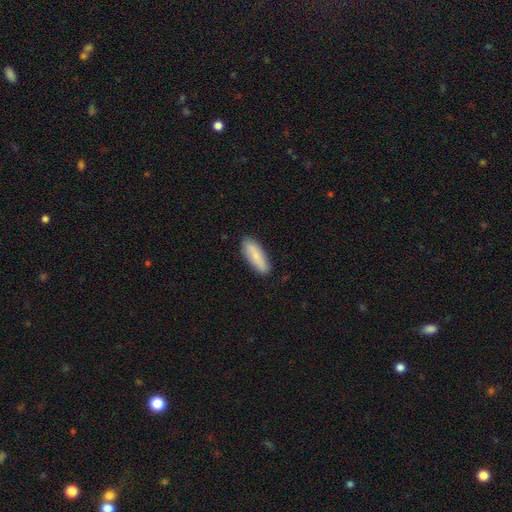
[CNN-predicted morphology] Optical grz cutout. It shows a smooth galaxy with no disk features (79%) that is in between round and cigar-shaped (55%). Merging: none (87%).